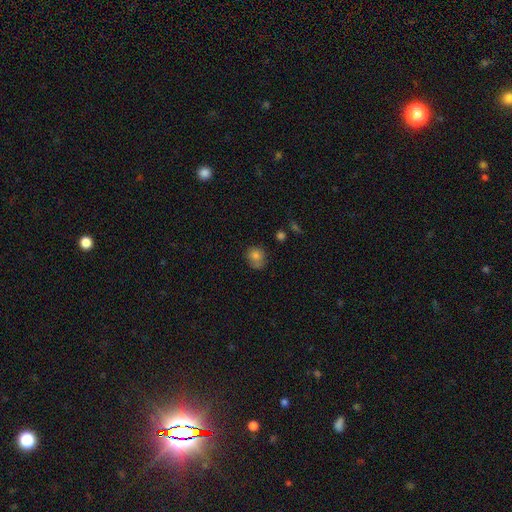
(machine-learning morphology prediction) This appears to be a smooth galaxy with no disk features (78%) that is round (77%). Merging: none (59%).